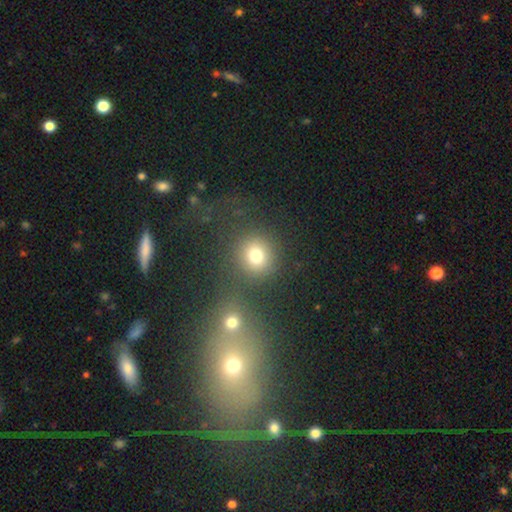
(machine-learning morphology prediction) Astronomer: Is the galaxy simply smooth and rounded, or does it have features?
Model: smooth — 74%.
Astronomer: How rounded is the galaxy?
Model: round — 86%.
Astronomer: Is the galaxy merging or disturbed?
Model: none — 68%.